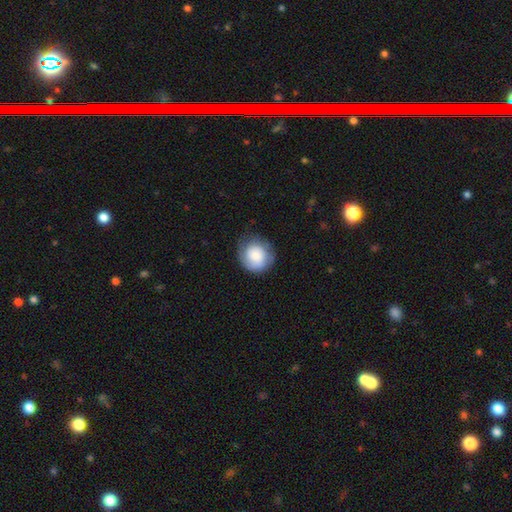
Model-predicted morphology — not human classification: Smooth or featured? smooth (71%)
How rounded? round (86%)
Merging? none (71%)